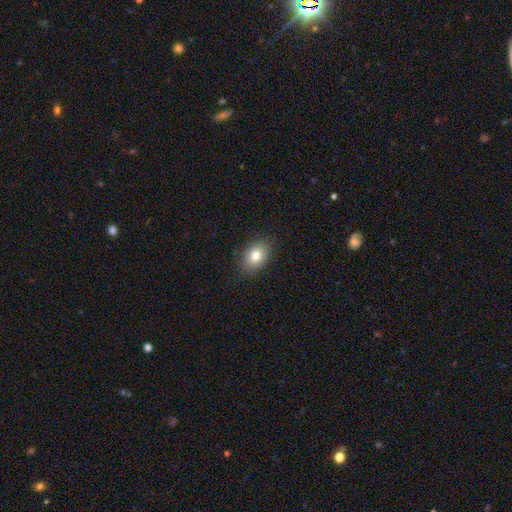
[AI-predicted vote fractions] The model was most divided on "how rounded": in between: 75%, round: 24%, cigar-shaped: 1%. More confident: merging — none (87%); smooth or featured — smooth (79%).